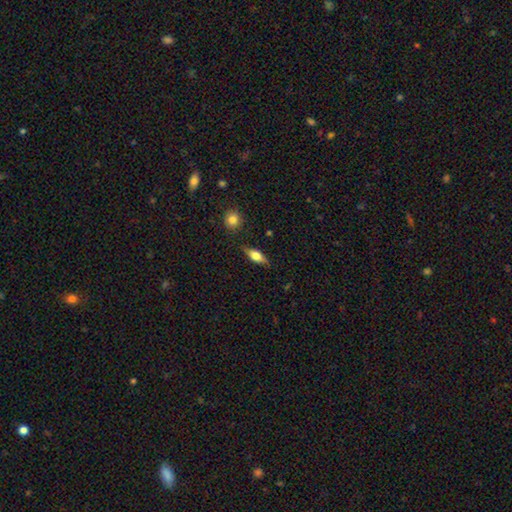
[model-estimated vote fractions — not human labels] Morphology: type=smooth (61%); roundness=in between (68%); merging=none (82%).